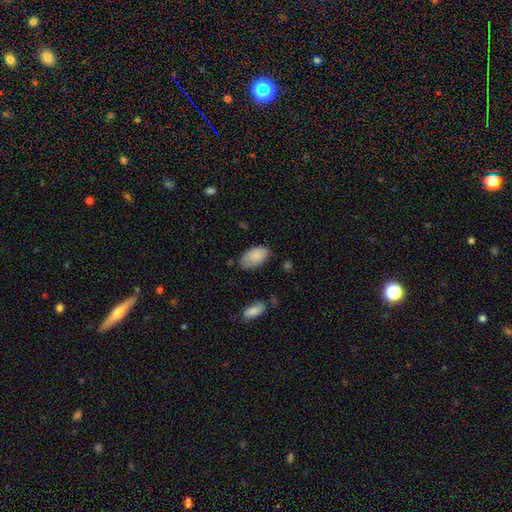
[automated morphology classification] This is clearly a smooth galaxy (86%). How rounded: clearly in between (95%). Merging: likely none (71%).